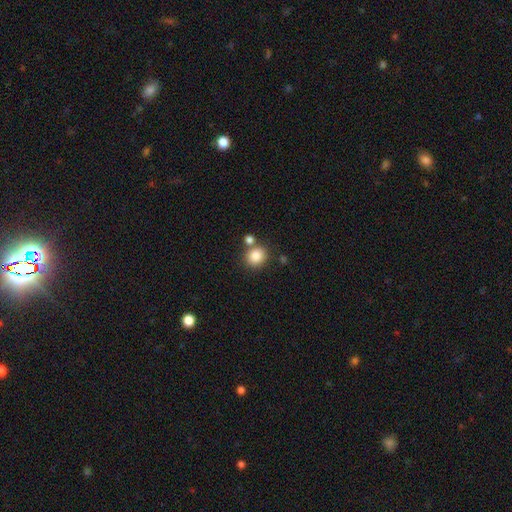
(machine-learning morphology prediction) Overall: smooth (85%). How rounded: round (82%). Merging: none (70%).